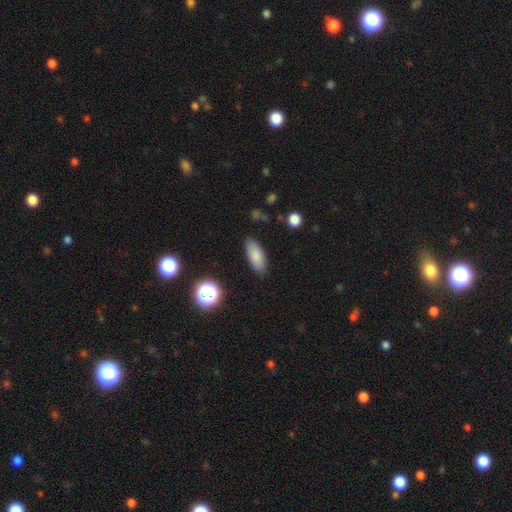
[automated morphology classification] Smooth or featured? Predicted: smooth (p=0.83). How rounded? Predicted: in between (p=0.79). Merging? Predicted: none (p=0.84).